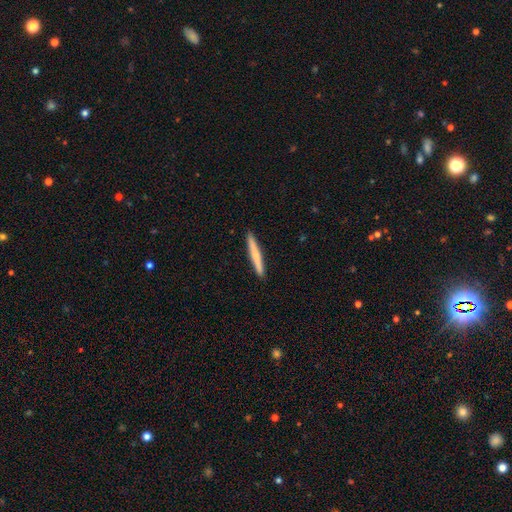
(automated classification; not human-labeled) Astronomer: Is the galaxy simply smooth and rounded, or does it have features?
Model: smooth — 63%.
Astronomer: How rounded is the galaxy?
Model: cigar-shaped — 96%.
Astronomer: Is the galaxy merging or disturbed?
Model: none — 93%.